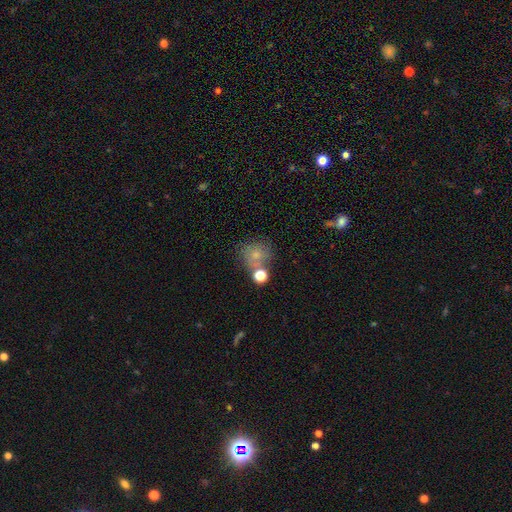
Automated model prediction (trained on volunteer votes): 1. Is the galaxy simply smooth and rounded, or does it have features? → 70% smooth, 15% featured or disk, 14% star or artifact.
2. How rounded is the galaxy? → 79% round, 20% in between, 1% cigar-shaped.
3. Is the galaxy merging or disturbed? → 52% none, 25% merger, 15% minor disturbance, 8% major disturbance.